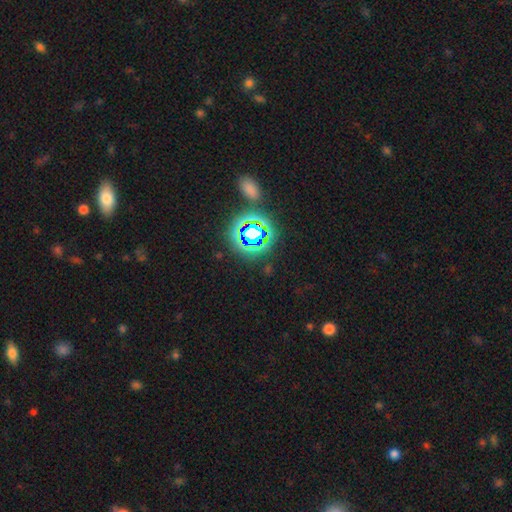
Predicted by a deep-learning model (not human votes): Smooth or featured: star or artifact — 77% (smooth — 15%)